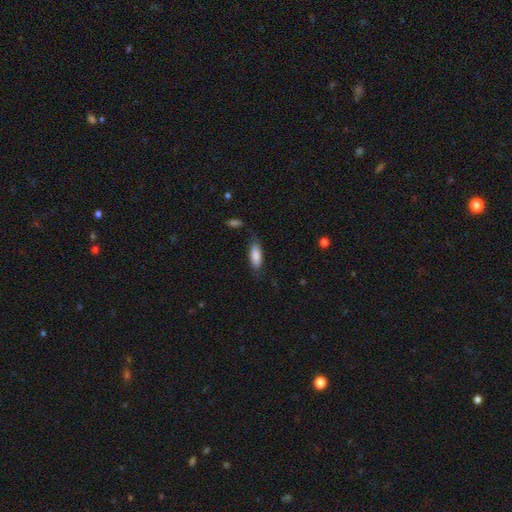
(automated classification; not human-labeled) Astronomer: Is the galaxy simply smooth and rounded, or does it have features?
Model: smooth — 84%.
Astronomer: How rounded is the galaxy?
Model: in between — 70%.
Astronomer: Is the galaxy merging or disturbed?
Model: none — 71%.